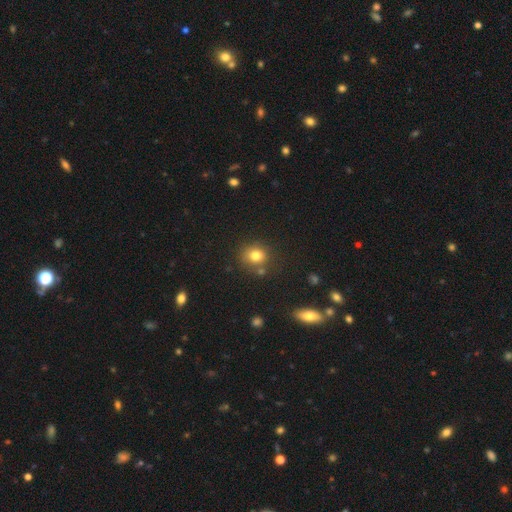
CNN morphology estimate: This appears to be a smooth galaxy with no disk features (79%) that is round (79%). Merging: none (73%).